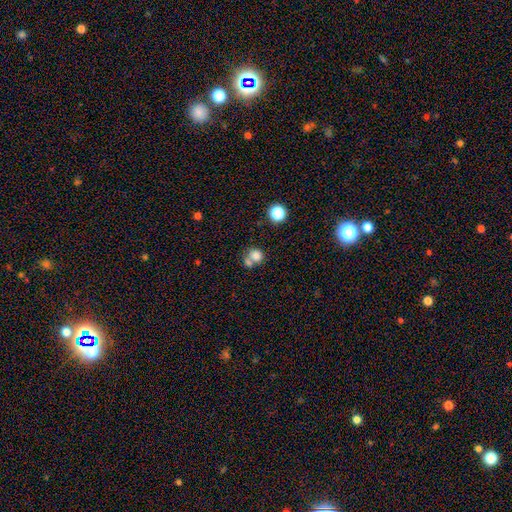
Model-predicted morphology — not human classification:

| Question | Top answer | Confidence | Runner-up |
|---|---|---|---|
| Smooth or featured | smooth | 77% | star or artifact (13%) |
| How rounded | round | 77% | in between (22%) |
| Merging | merger | 43% | none (41%) |